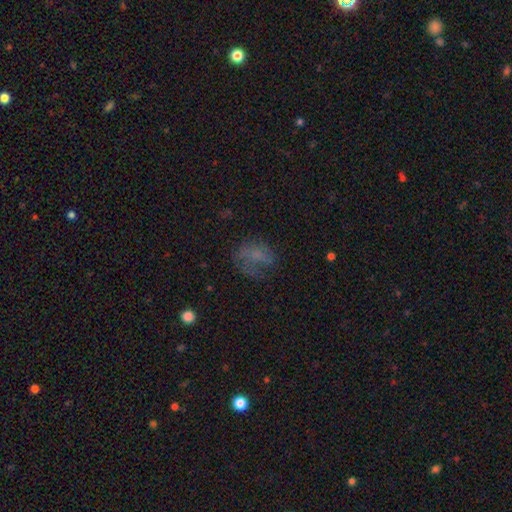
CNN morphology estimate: Q: Smooth or featured?
A: smooth (52%); runner-up: featured or disk (30%)
Q: How rounded?
A: in between (52%); runner-up: round (46%)
Q: Merging?
A: none (43%); runner-up: major disturbance (31%)